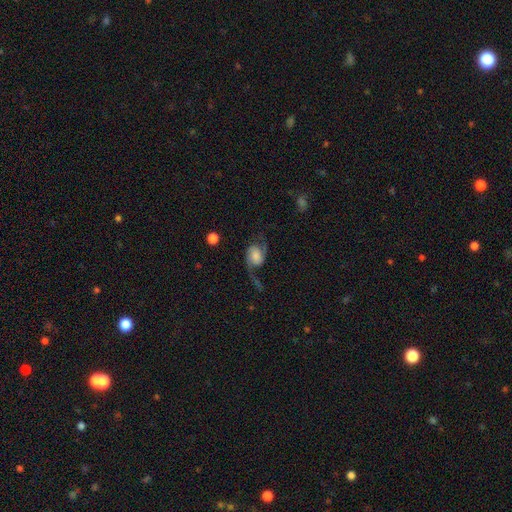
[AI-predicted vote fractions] The model was most divided on "bulge size": large: 29%, moderate: 25%, small: 18%, none: 17%, dominant: 11%. More confident: edge-on disk — no (97%); spiral arms — yes (95%); spiral arm count — 2 (90%); smooth or featured — featured or disk (76%); spiral winding — loose (68%); bar — no (58%); merging — none (58%).